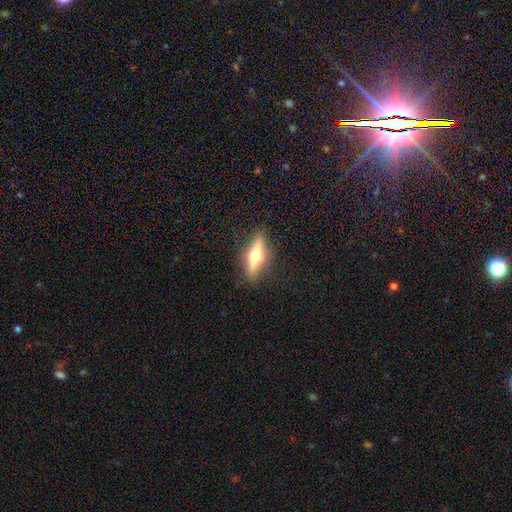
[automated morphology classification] A featured or disk galaxy (65%) viewed edge-on (92%) with a rounded central bulge (96%).

Vote fractions:
- Smooth or featured? featured or disk: 65% / smooth: 29% / star or artifact: 6%
- Edge-on disk? yes: 92% / no: 8%
- Edge-on bulge? rounded: 96% / boxy: 2% / none: 2%
- Merging? none: 87% / minor disturbance: 9% / major disturbance: 3% / merger: 1%